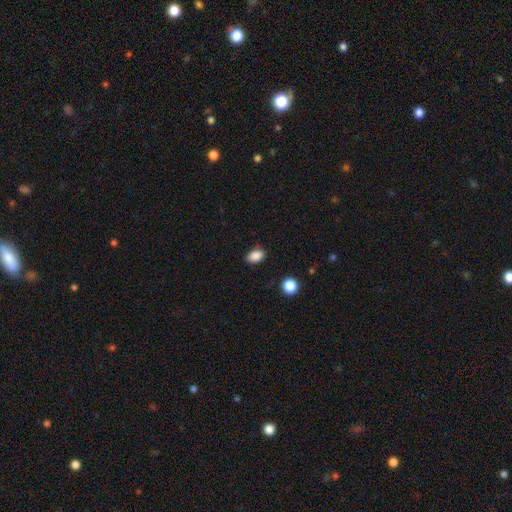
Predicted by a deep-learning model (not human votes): A smooth galaxy with no disk features (87%) that is in between round and cigar-shaped (86%).

Vote fractions:
- Smooth or featured? smooth: 87% / star or artifact: 9% / featured or disk: 4%
- How rounded? in between: 86% / round: 12% / cigar-shaped: 2%
- Merging? none: 85% / minor disturbance: 11% / major disturbance: 3% / merger: 1%